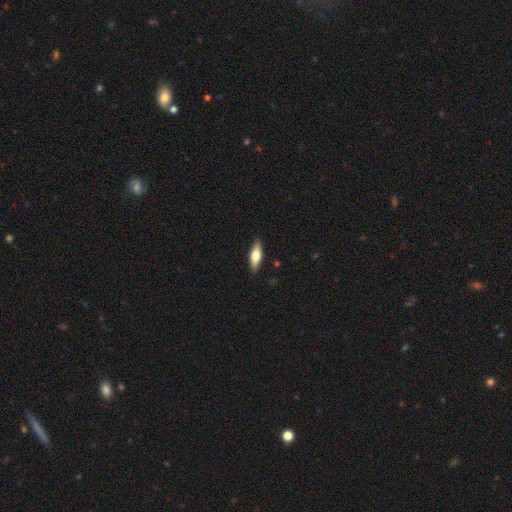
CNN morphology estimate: Smooth or featured? smooth (60%)
How rounded? in between (58%)
Merging? none (86%)